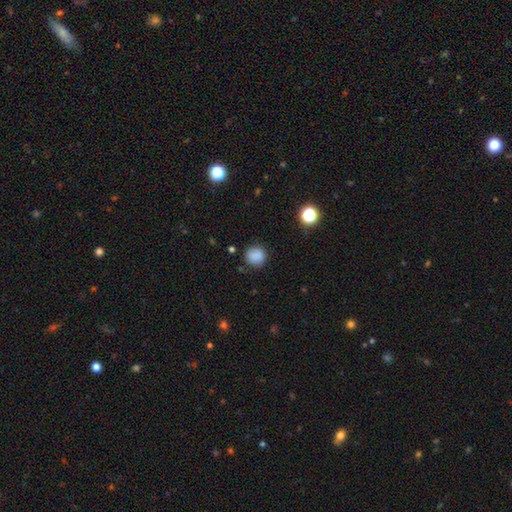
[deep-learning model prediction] Smooth or featured?
  - smooth: 85% *
  - star or artifact: 11%
  - featured or disk: 4%
How rounded?
  - round: 87% *
  - in between: 12%
  - cigar-shaped: 1%
Merging?
  - none: 83% *
  - minor disturbance: 12%
  - major disturbance: 3%
  - merger: 2%